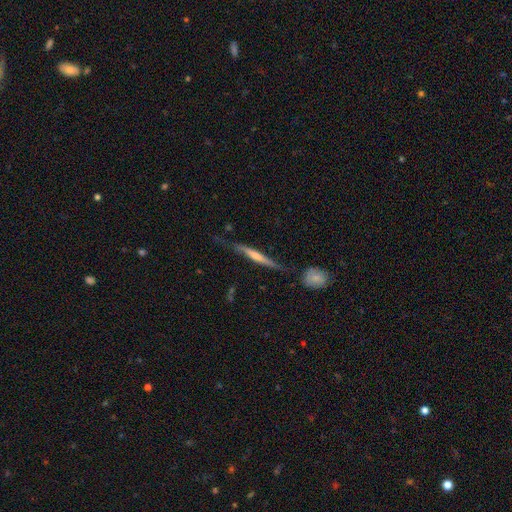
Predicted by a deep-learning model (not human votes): Q: Smooth or featured?
A: featured or disk (69%); runner-up: smooth (25%)
Q: Edge-on disk?
A: yes (93%); runner-up: no (7%)
Q: Edge-on bulge?
A: rounded (65%); runner-up: none (24%)
Q: Merging?
A: none (65%); runner-up: minor disturbance (22%)